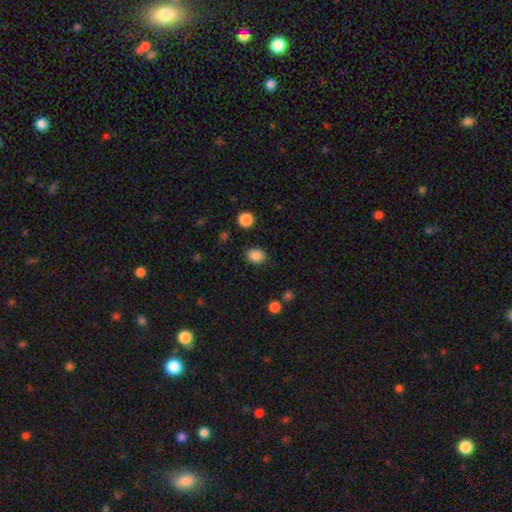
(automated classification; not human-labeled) Smooth or featured? smooth (86%)
How rounded? in between (61%)
Merging? none (84%)